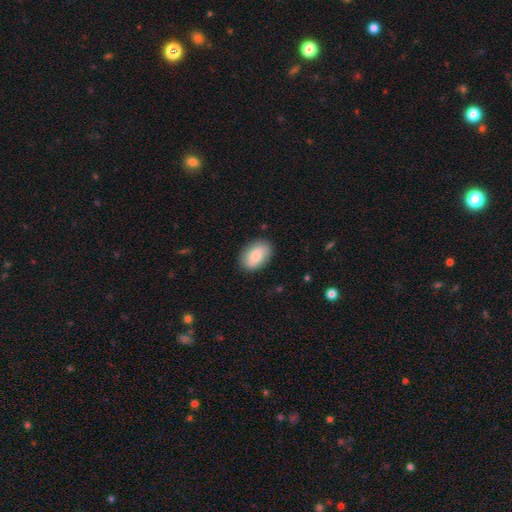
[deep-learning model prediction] smooth_or_featured: smooth (p=0.81) [alt: featured or disk p=0.13]
how_rounded: in between (p=0.88) [alt: round p=0.11]
merging: none (p=0.83) [alt: minor disturbance p=0.13]